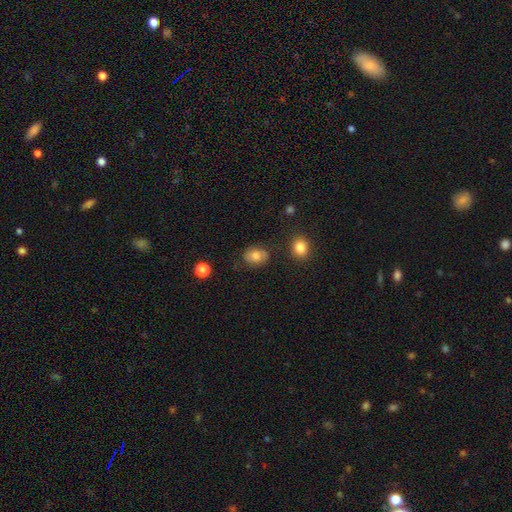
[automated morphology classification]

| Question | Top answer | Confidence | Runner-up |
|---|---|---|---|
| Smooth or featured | smooth | 74% | featured or disk (15%) |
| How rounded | in between | 60% | round (39%) |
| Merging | none | 71% | minor disturbance (20%) |